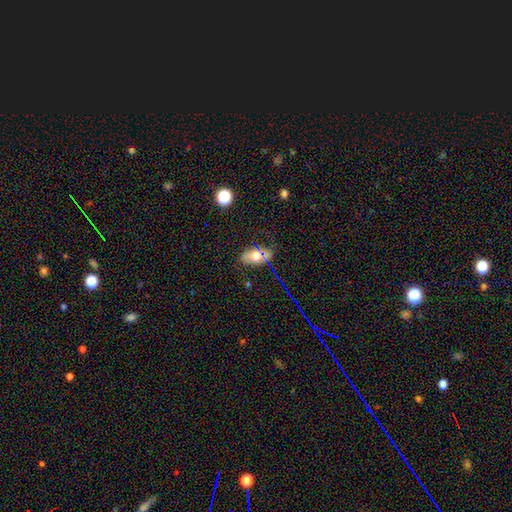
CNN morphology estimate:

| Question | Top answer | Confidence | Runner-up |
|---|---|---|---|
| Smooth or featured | smooth | 61% | featured or disk (25%) |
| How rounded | in between | 86% | round (11%) |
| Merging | none | 64% | minor disturbance (21%) |